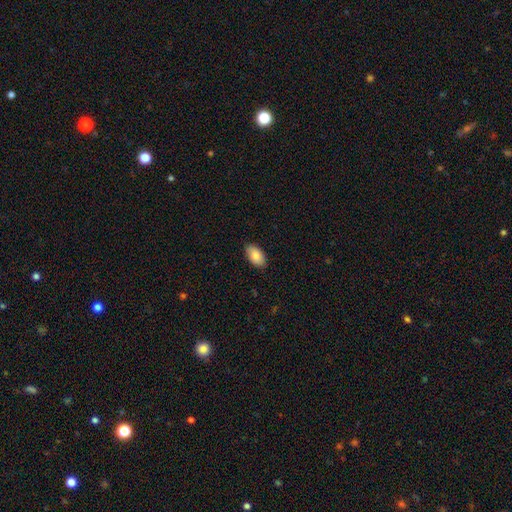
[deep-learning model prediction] Overall: smooth (85%). How rounded: in between (94%). Merging: none (88%).